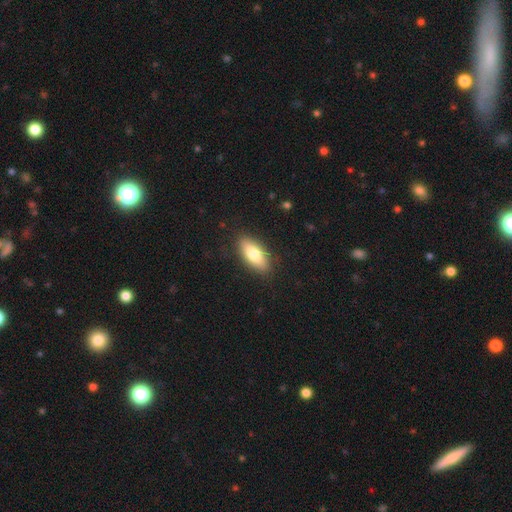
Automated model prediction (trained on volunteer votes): smooth_or_featured: smooth (p=0.77) [alt: featured or disk p=0.17]
how_rounded: in between (p=0.81) [alt: cigar-shaped p=0.16]
merging: none (p=0.86) [alt: minor disturbance p=0.11]